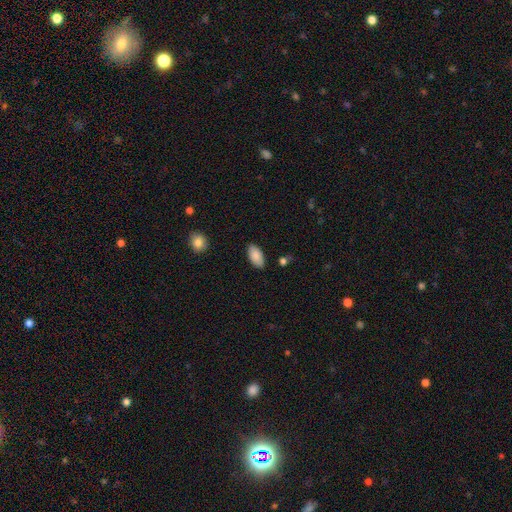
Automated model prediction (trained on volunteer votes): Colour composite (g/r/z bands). It shows a smooth galaxy with no disk features (87%) that is in between round and cigar-shaped (94%). Merging: none (86%).